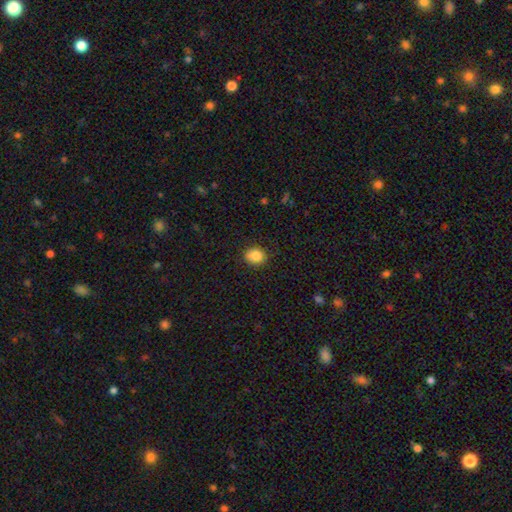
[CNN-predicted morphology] smooth-or-featured: smooth: 85% | star or artifact: 10% | featured or disk: 6%
  how-rounded: round: 65% | in between: 34% | cigar-shaped: 1%
  merging: none: 85% | minor disturbance: 11% | major disturbance: 2% | merger: 1%